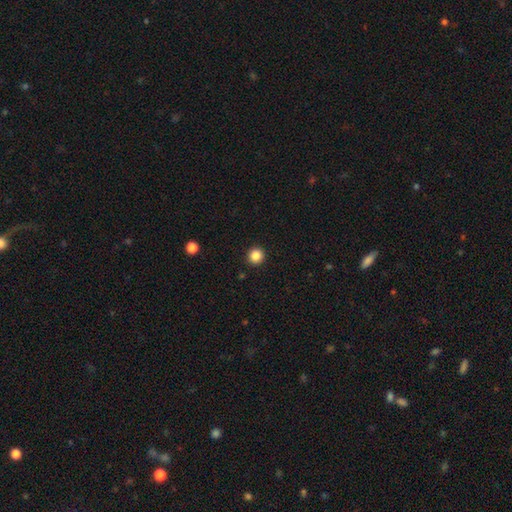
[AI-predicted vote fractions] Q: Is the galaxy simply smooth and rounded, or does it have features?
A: smooth — 85%.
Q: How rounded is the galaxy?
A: round — 93%.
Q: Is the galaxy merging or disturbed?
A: none — 93%.